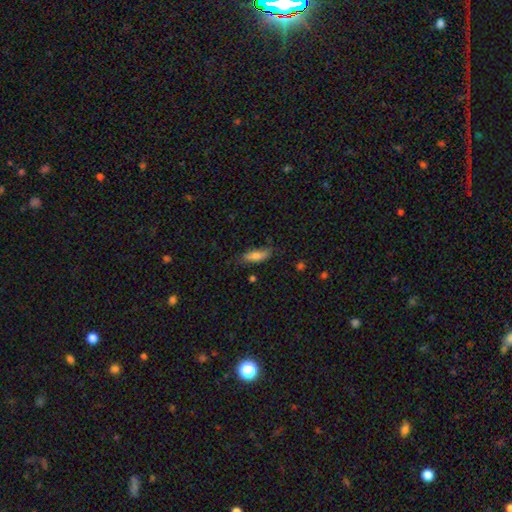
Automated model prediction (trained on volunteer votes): Smooth or featured: smooth — 77% (featured or disk — 16%)
How rounded: in between — 58% (cigar-shaped — 40%)
Merging: none — 70% (minor disturbance — 23%)